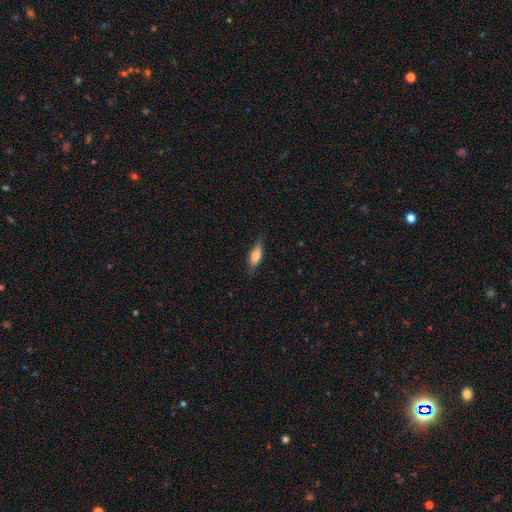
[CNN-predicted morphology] Smooth or featured: smooth — 67% (featured or disk — 27%)
How rounded: in between — 58% (cigar-shaped — 39%)
Merging: none — 77% (minor disturbance — 18%)